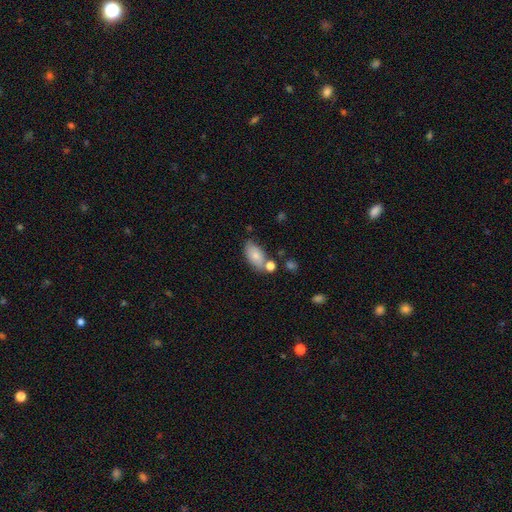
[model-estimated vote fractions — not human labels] Smooth or featured? Predicted: smooth (p=0.78). How rounded? Predicted: in between (p=0.92). Merging? Predicted: none (p=0.62).